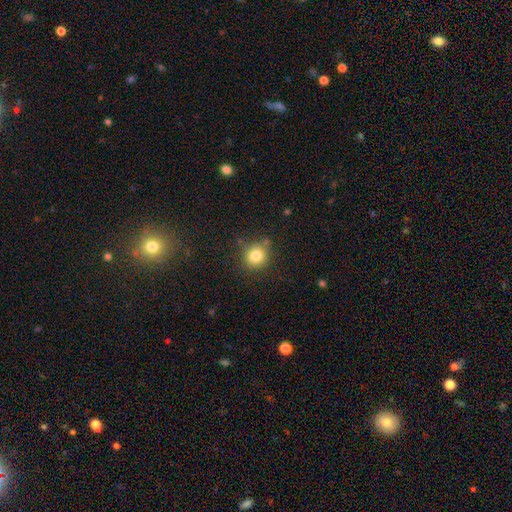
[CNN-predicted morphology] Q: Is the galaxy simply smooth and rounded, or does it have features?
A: smooth — 80%.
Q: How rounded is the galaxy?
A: round — 87%.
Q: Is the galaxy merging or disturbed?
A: none — 80%.